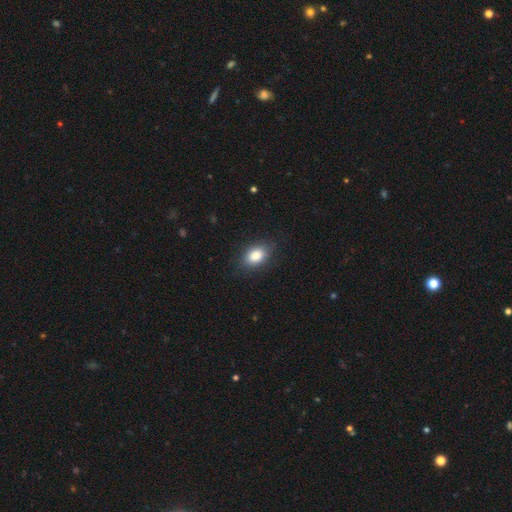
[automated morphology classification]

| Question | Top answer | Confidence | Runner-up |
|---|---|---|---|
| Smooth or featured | smooth | 86% | star or artifact (8%) |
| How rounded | in between | 86% | round (13%) |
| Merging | none | 84% | minor disturbance (12%) |